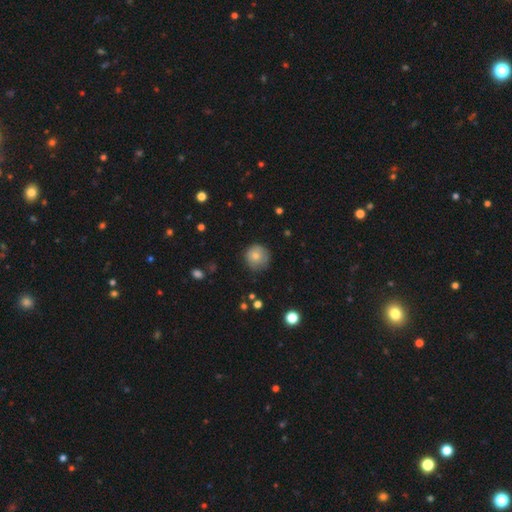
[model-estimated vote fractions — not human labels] smooth_or_featured: smooth (p=0.77) [alt: featured or disk p=0.14]
how_rounded: round (p=0.93) [alt: in between p=0.06]
merging: none (p=0.78) [alt: minor disturbance p=0.17]